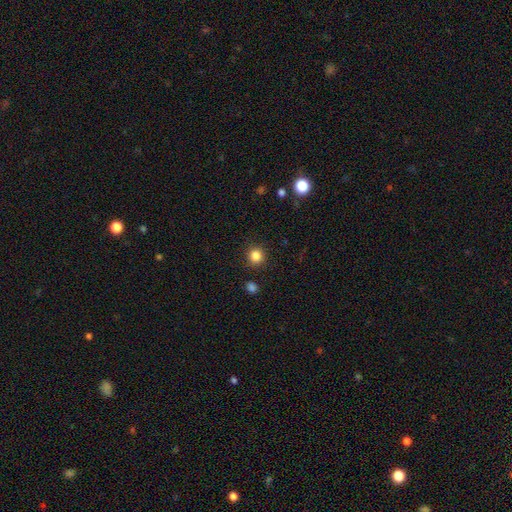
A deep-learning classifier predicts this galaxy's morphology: Smooth or featured: smooth — 84% (star or artifact — 12%)
How rounded: round — 92% (in between — 7%)
Merging: none — 91% (minor disturbance — 6%)